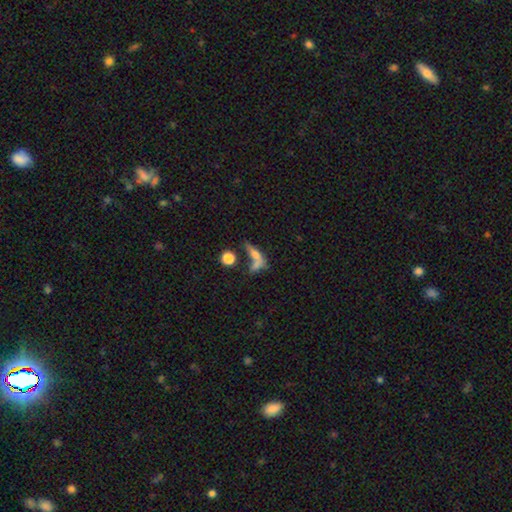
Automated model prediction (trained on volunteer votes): Smooth or featured: smooth — 55% (featured or disk — 32%)
How rounded: cigar-shaped — 55% (in between — 35%)
Merging: none — 37% (tied with merger — 37%)